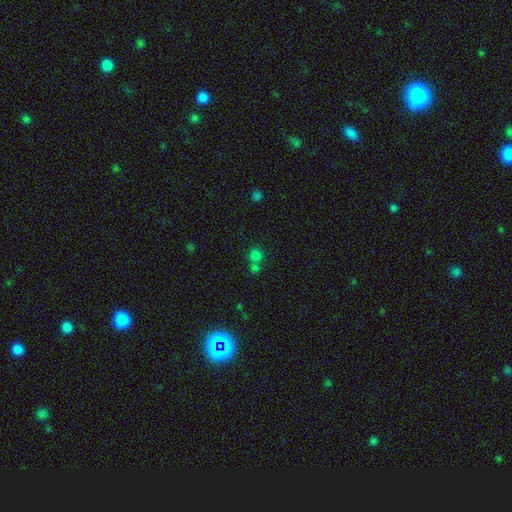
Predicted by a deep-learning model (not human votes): This appears to be a smooth galaxy with no disk features (72%) that is round (86%). Merging: none (51%).